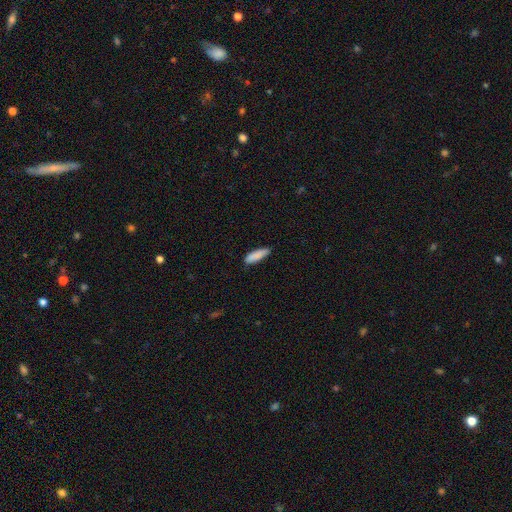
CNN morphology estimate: Smooth or featured: smooth — 88% (star or artifact — 6%)
How rounded: cigar-shaped — 60% (in between — 38%)
Merging: none — 82% (minor disturbance — 15%)